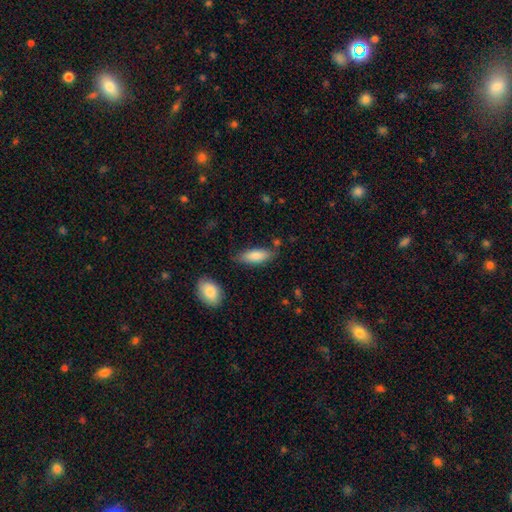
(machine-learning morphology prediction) Smooth or featured? smooth (84%)
How rounded? in between (69%)
Merging? none (72%)